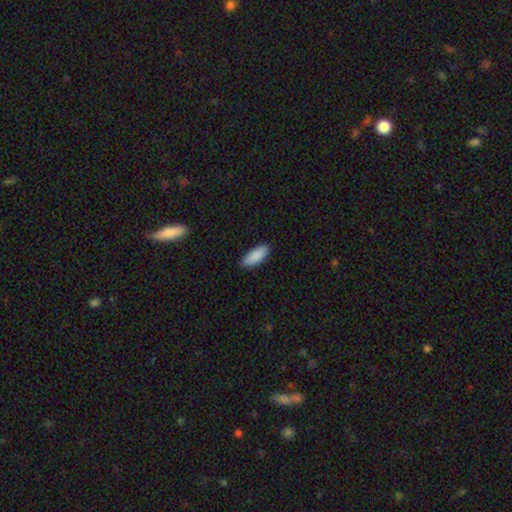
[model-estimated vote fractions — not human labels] smooth 89%, star or artifact 6%, featured or disk 5%. Down the decision tree: how rounded — in between (78%); merging — none (88%).